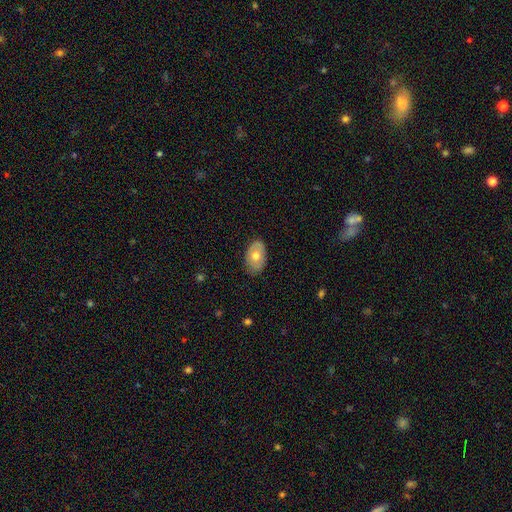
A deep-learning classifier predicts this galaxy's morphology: Smooth or featured? Predicted: smooth (p=0.66). How rounded? Predicted: in between (p=0.88). Merging? Predicted: none (p=0.82).